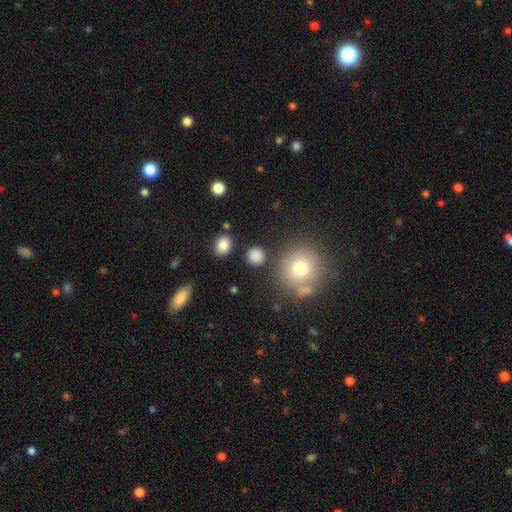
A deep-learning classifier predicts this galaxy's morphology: This is clearly a smooth galaxy (83%). How rounded: clearly round (85%). Merging: clearly none (85%).